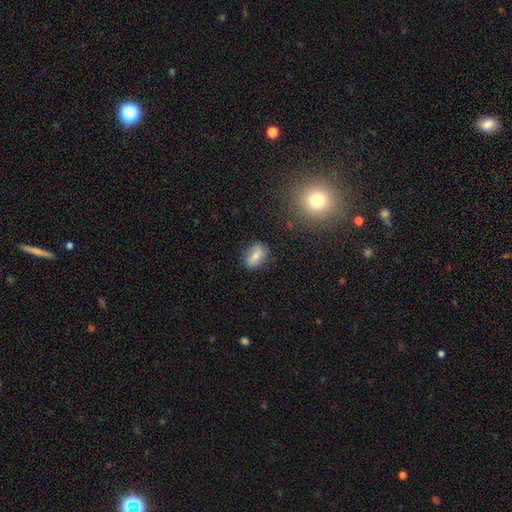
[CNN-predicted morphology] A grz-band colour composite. It shows a smooth galaxy with no disk features (71%) that is in between round and cigar-shaped (79%). Merging: none (80%).